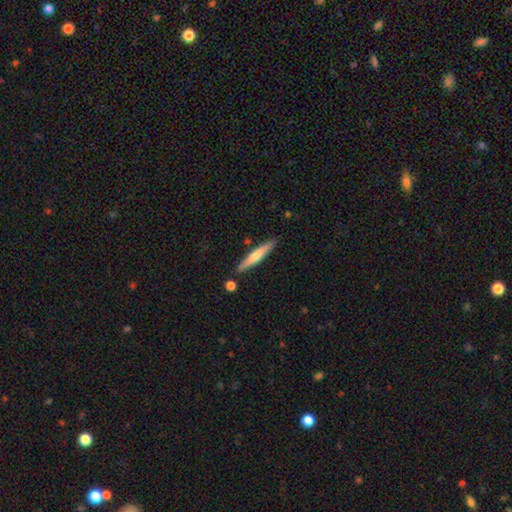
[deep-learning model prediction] Smooth or featured?
  - featured or disk: 47% * (tied)
  - smooth: 47% * (tied)
  - star or artifact: 5%
Merging?
  - none: 87% *
  - minor disturbance: 8%
  - merger: 3%
  - major disturbance: 2%